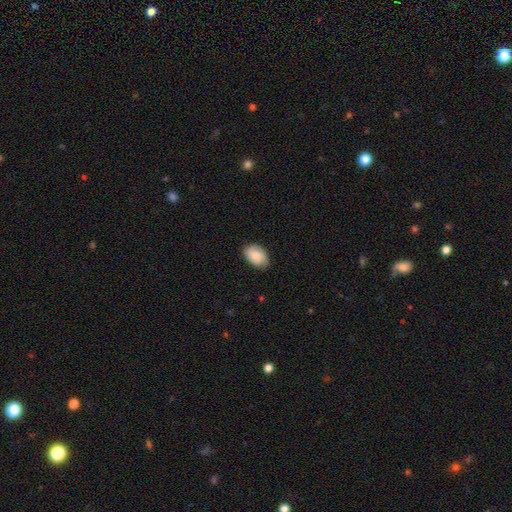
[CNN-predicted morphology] smooth 74%, featured or disk 19%, star or artifact 7%. Down the decision tree: how rounded — in between (84%); merging — none (80%).